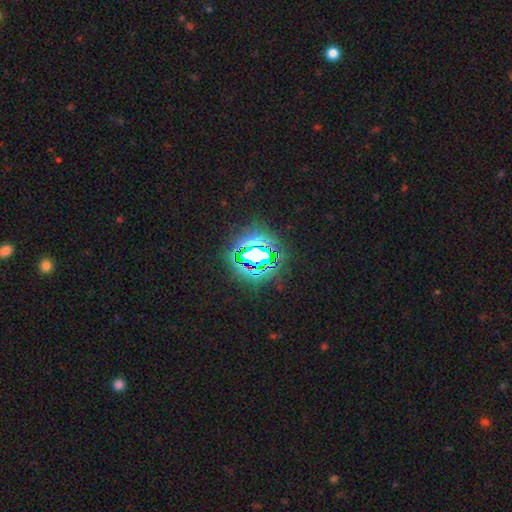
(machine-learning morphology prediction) The model was most divided on "smooth or featured": star or artifact: 75%, smooth: 15%, featured or disk: 10%.